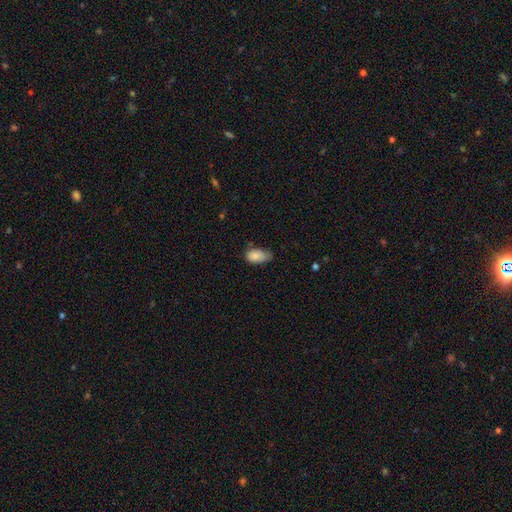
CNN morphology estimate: A smooth galaxy with no disk features (85%) that is in between round and cigar-shaped (93%). Merging: none (46%).